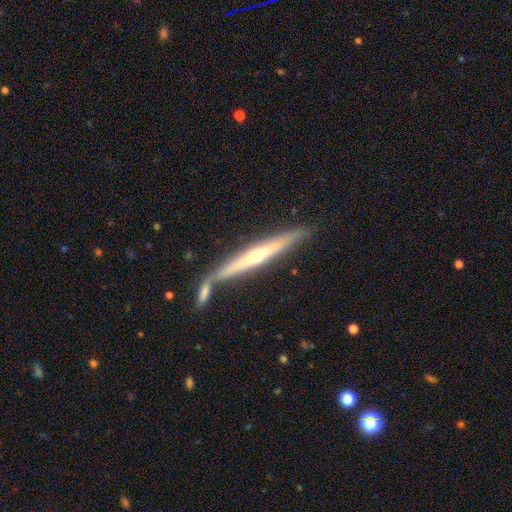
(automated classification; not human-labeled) smooth-or-featured: featured or disk: 71% | smooth: 23% | star or artifact: 6%
  disk-edge-on: yes: 93% | no: 7%
    edge-on-bulge: rounded: 75% | none: 21% | boxy: 3%
  merging: none: 66% | merger: 18% | minor disturbance: 12% | major disturbance: 4%